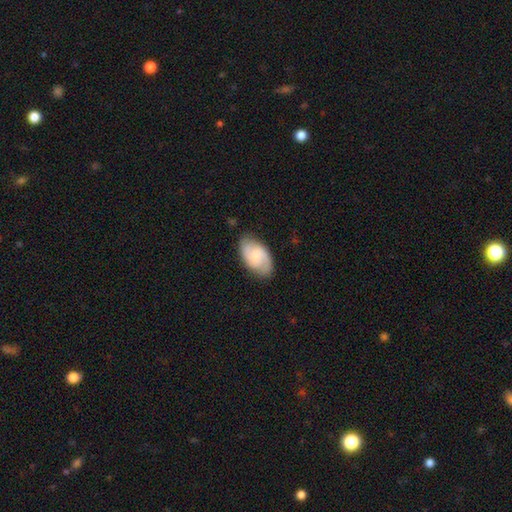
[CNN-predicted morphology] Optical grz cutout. It shows a featured or disk galaxy (65%) with no bar (51%), 2 (85%) medium (48%) spiral arms (94%) and a small central bulge (46%). Merging: none (80%).